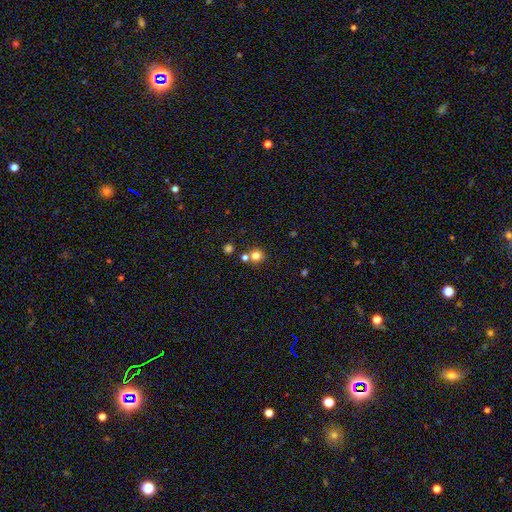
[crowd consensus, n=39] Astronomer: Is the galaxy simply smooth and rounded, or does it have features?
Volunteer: smooth — 87%.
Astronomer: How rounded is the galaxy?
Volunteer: round — 91%.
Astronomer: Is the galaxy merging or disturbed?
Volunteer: none — 76%.